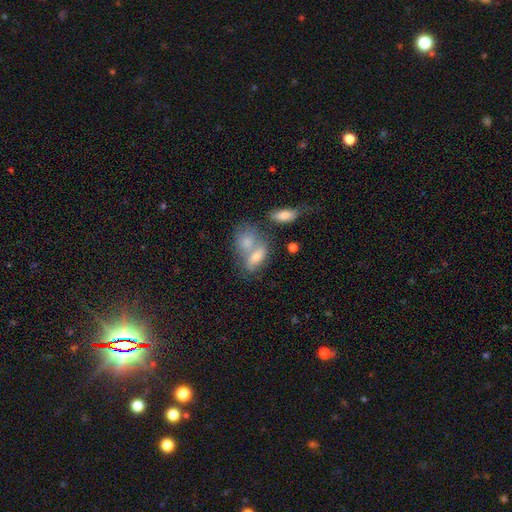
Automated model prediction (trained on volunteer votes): Q: Smooth or featured?
A: smooth (52%); runner-up: featured or disk (29%)
Q: How rounded?
A: in between (77%); runner-up: round (14%)
Q: Merging?
A: merger (54%); runner-up: none (30%)